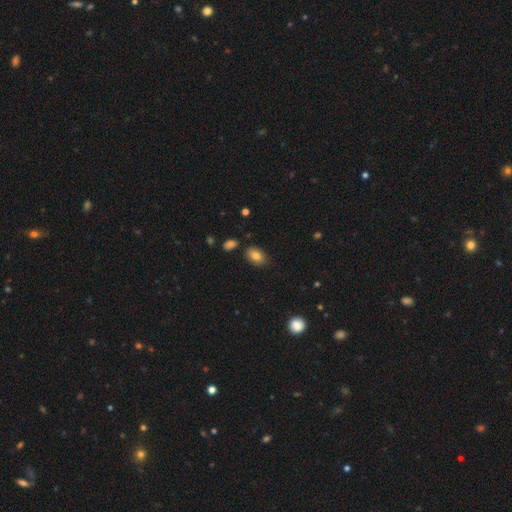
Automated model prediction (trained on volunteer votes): This is clearly a smooth galaxy (81%). How rounded: clearly in between (86%). Merging: likely none (80%).